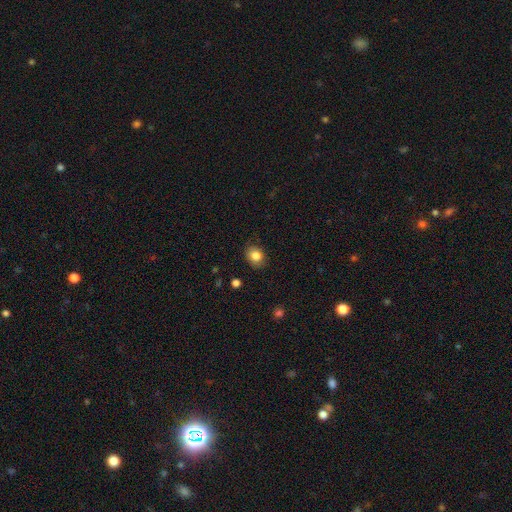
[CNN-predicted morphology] Smooth or featured? smooth (83%)
How rounded? round (53%)
Merging? none (86%)